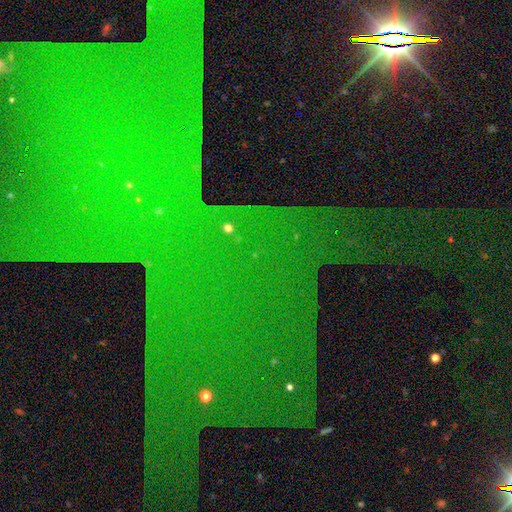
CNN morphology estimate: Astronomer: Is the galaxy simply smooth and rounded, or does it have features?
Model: star or artifact — 86%.